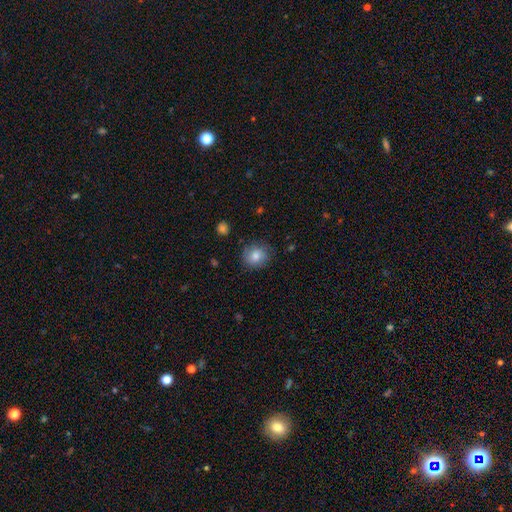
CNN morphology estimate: The model was most divided on "how rounded": round: 82%, in between: 17%, cigar-shaped: 1%. More confident: merging — none (81%); smooth or featured — smooth (80%).